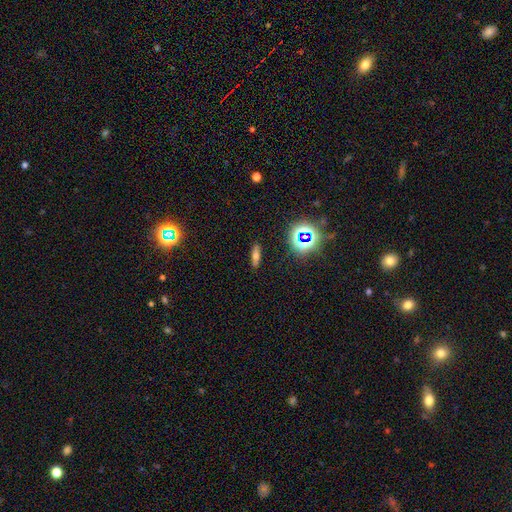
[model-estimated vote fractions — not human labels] This is possibly a smooth galaxy (60%). How rounded: possibly cigar-shaped (53%). Merging: clearly none (88%).